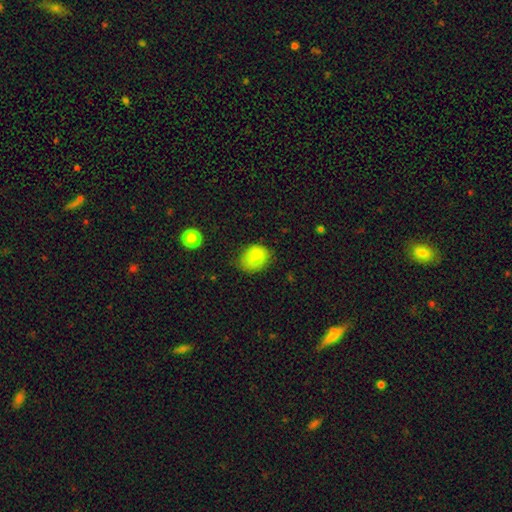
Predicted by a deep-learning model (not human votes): Overall: smooth (84%). How rounded: in between (65%; round 34%). Merging: none (58%; minor disturbance 32%).